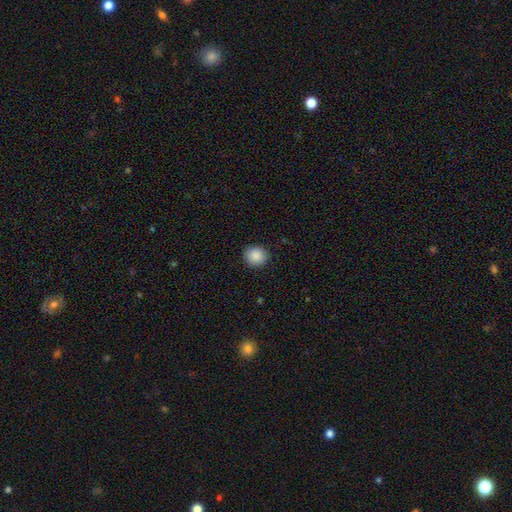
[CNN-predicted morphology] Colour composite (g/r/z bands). It shows a smooth galaxy with no disk features (89%) that is round (85%). Merging: none (90%).